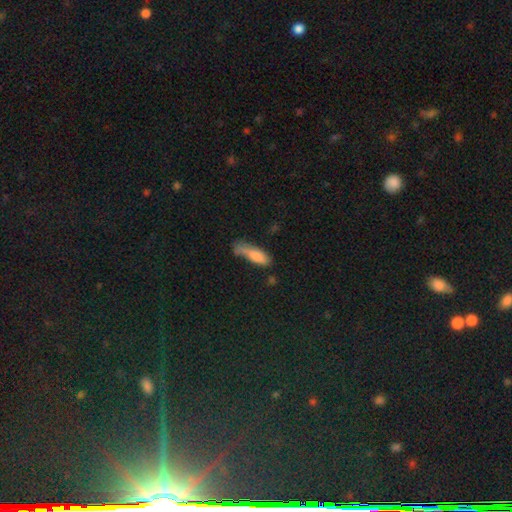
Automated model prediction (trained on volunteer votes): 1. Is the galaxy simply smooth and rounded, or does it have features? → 78% smooth, 15% featured or disk, 8% star or artifact.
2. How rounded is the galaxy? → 53% in between, 45% cigar-shaped, 2% round.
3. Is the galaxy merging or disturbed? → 38% none, 31% minor disturbance, 19% major disturbance, 11% merger.